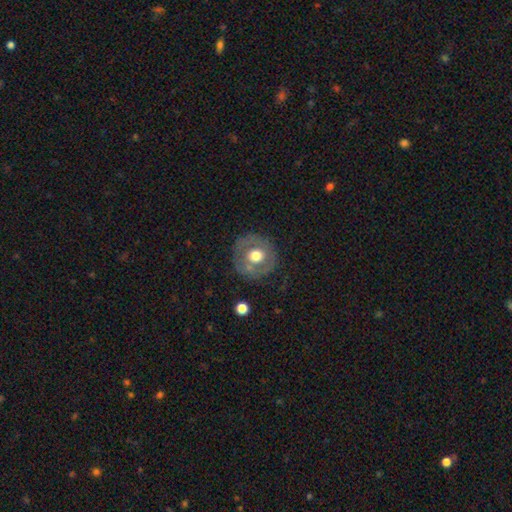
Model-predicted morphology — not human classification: The model was most divided on "smooth or featured": smooth: 49%, featured or disk: 43%, star or artifact: 8%. More confident: merging — none (76%).